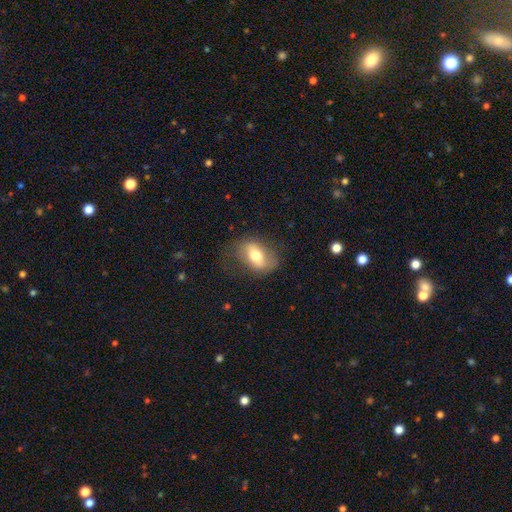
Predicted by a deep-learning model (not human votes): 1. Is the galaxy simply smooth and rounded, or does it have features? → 61% smooth, 32% featured or disk, 7% star or artifact.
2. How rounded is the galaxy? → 85% in between, 11% round, 4% cigar-shaped.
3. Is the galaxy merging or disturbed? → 66% none, 21% minor disturbance, 12% major disturbance, 1% merger.